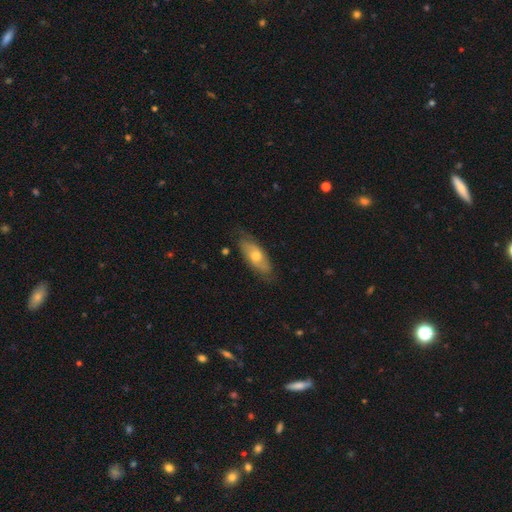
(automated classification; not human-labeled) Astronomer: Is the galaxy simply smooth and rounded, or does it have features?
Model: smooth — 52% (runner-up: featured or disk, 42%).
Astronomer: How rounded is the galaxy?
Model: in between — 74%.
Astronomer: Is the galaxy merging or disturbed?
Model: none — 77%.